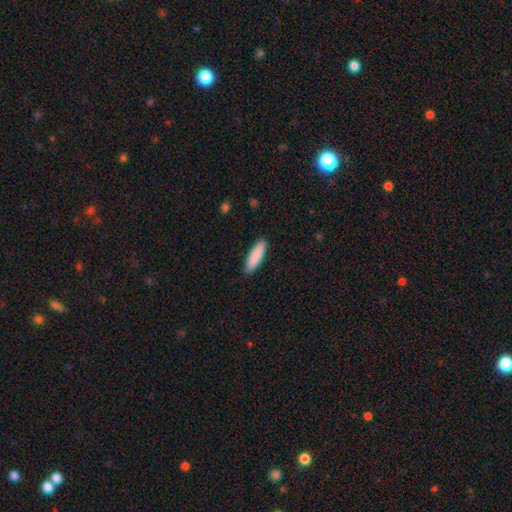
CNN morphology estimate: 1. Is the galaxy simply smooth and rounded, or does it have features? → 88% smooth, 6% featured or disk, 5% star or artifact.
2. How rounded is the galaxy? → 62% cigar-shaped, 37% in between, 1% round.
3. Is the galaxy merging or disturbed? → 89% none, 8% minor disturbance, 2% major disturbance, 1% merger.